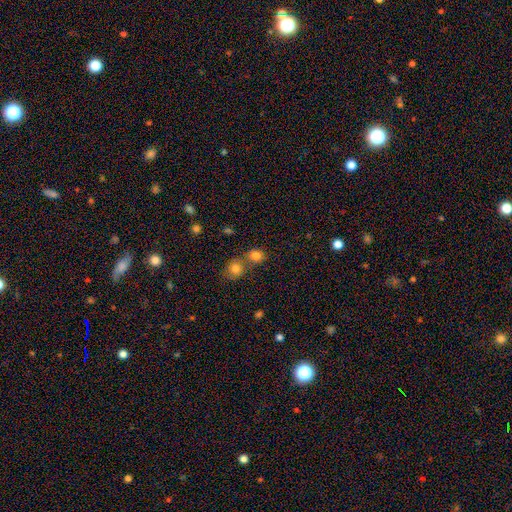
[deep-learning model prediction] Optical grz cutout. It shows a smooth galaxy with no disk features (81%) that is round (67%). Merging: none (52%).